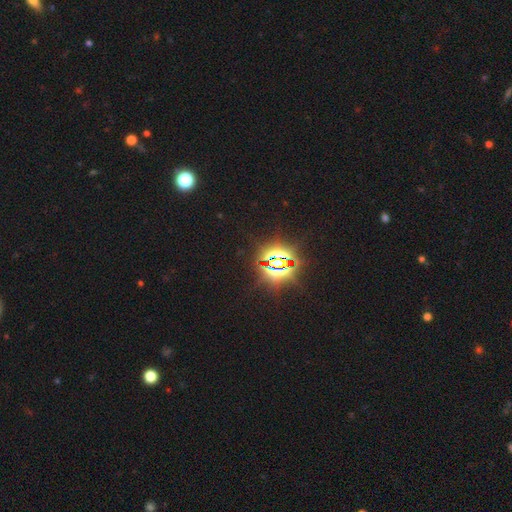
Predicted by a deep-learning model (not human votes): A star or artifact, not a galaxy (84%).